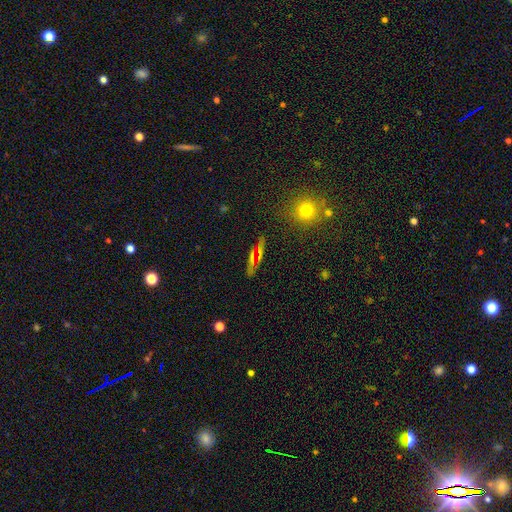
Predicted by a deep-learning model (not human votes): This appears to be a smooth galaxy with no disk features (52%) that is cigar-shaped (61%). Merging: none (78%).